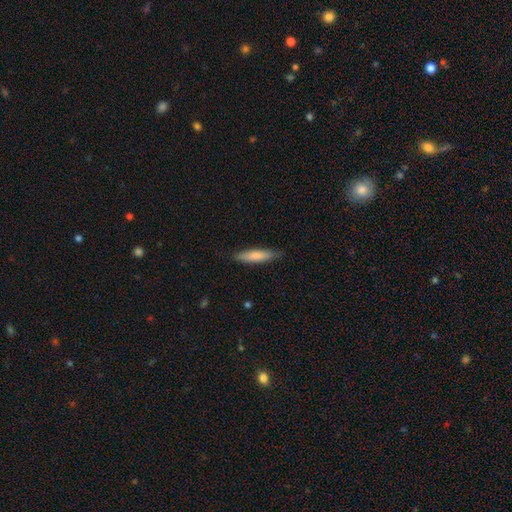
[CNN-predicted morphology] Smooth or featured? smooth (78%)
How rounded? cigar-shaped (79%)
Merging? none (85%)